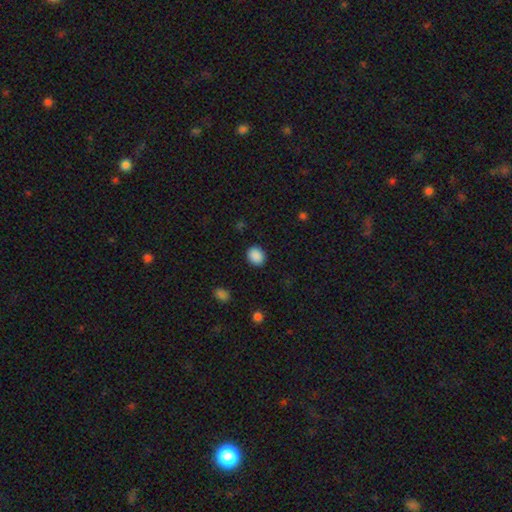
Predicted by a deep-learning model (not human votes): smooth-or-featured: smooth: 89% | star or artifact: 8% | featured or disk: 2%
  how-rounded: round: 65% | in between: 34% | cigar-shaped: 1%
  merging: none: 89% | minor disturbance: 7% | major disturbance: 3% | merger: 1%